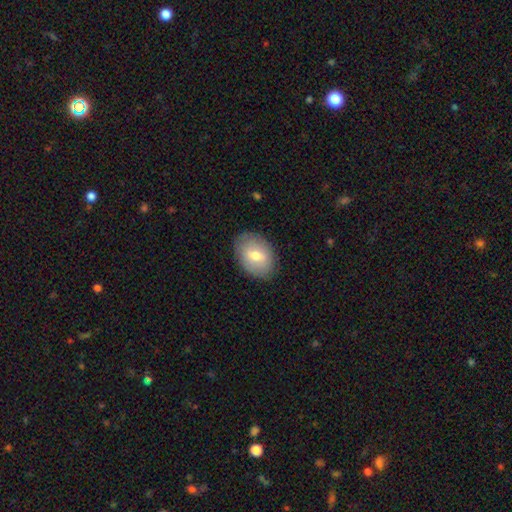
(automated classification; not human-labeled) Q: Smooth or featured?
A: smooth (69%); runner-up: featured or disk (24%)
Q: How rounded?
A: in between (81%); runner-up: round (18%)
Q: Merging?
A: none (84%); runner-up: minor disturbance (12%)